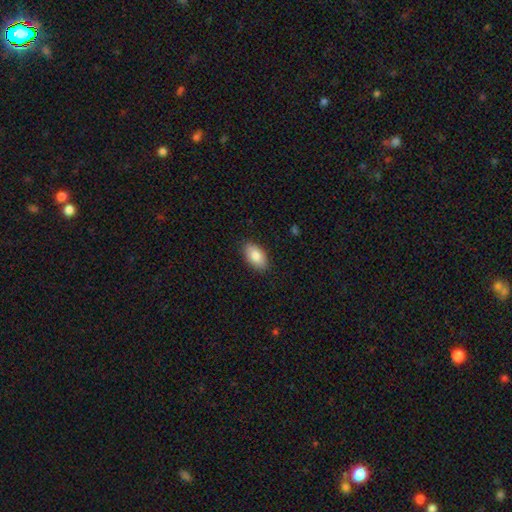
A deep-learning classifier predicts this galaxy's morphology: The model was most divided on "smooth or featured": smooth: 84%, featured or disk: 9%, star or artifact: 6%. More confident: how rounded — in between (93%); merging — none (87%).